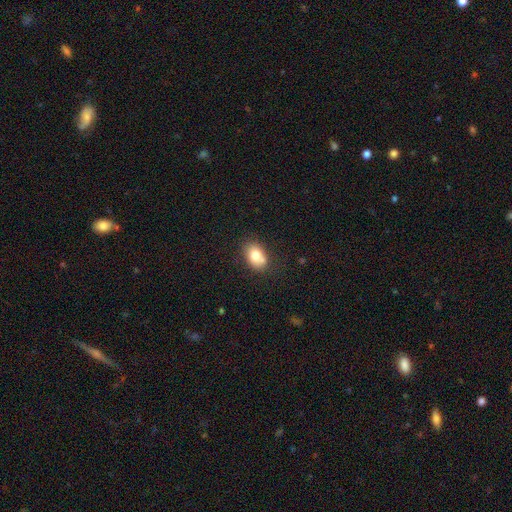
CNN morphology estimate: Smooth or featured?
  - smooth: 77% *
  - featured or disk: 14%
  - star or artifact: 9%
How rounded?
  - in between: 75% *
  - round: 23%
  - cigar-shaped: 1%
Merging?
  - none: 66% *
  - minor disturbance: 17%
  - merger: 13%
  - major disturbance: 4%